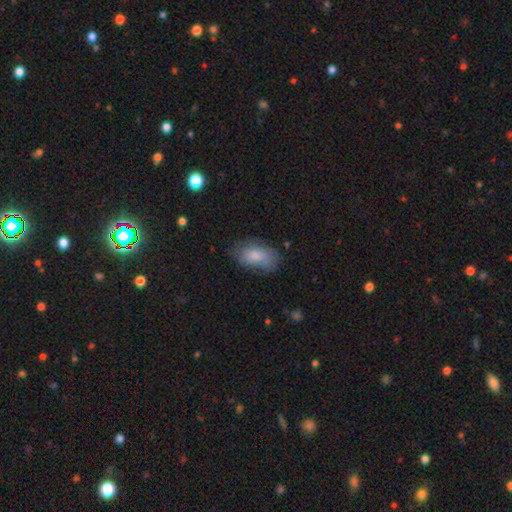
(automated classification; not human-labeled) A smooth galaxy with no disk features (74%) that is in between round and cigar-shaped (92%). Merging: none (60%).